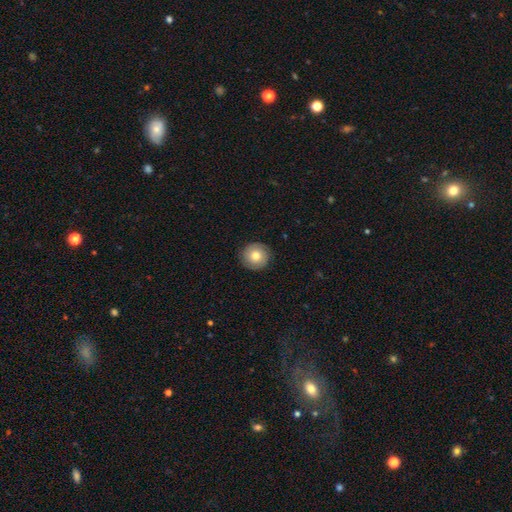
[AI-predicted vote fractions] Smooth or featured: smooth — 68% (featured or disk — 24%)
How rounded: round — 94% (in between — 5%)
Merging: none — 89% (minor disturbance — 8%)